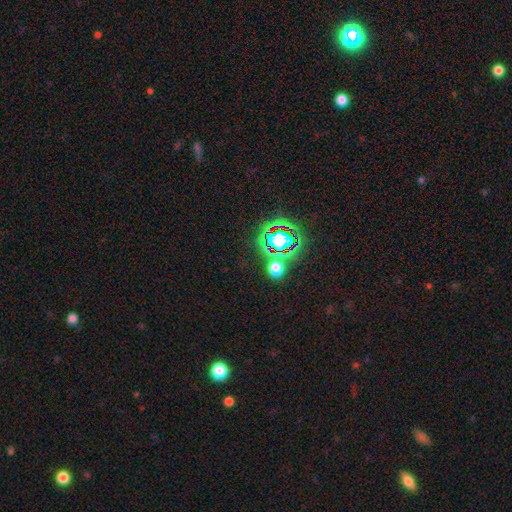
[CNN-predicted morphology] Smooth or featured? Predicted: star or artifact (p=0.78).